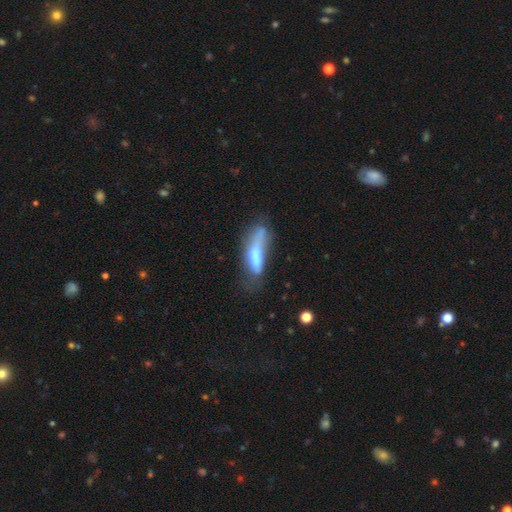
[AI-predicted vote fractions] Q: Smooth or featured?
A: smooth (60%); runner-up: featured or disk (31%)
Q: How rounded?
A: cigar-shaped (51%); runner-up: in between (47%)
Q: Merging?
A: major disturbance (37%); runner-up: none (24%)